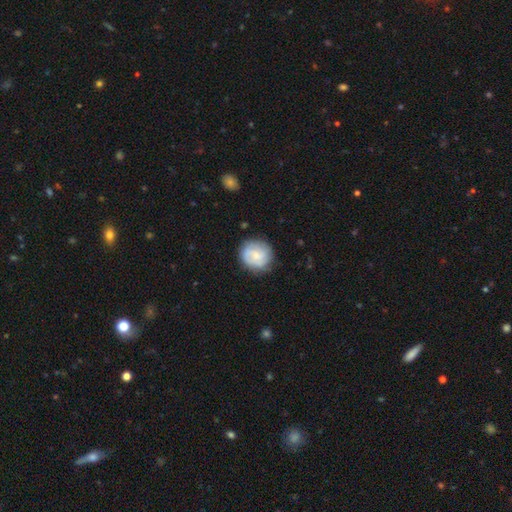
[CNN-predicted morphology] type=smooth (53%); roundness=round (87%); merging=none (78%).